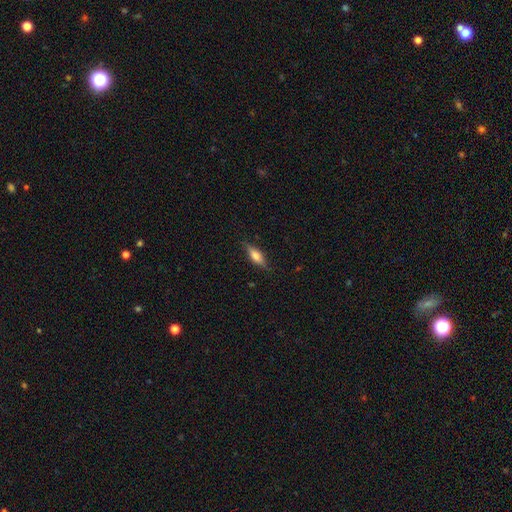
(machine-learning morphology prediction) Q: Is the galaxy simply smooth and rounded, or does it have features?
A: featured or disk — 47%.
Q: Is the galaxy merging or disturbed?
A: none — 81%.